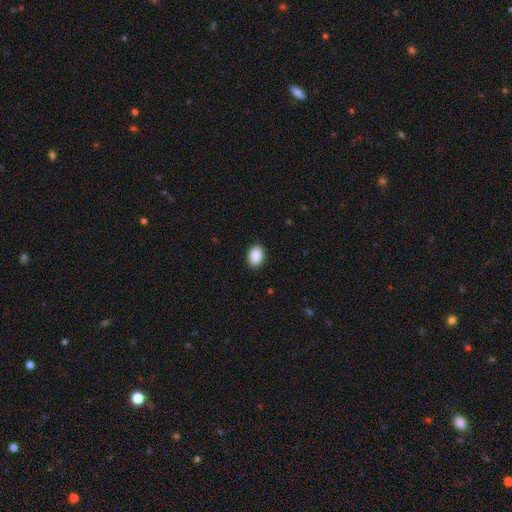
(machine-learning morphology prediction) Smooth or featured?
  - smooth: 91% *
  - star or artifact: 7%
  - featured or disk: 2%
How rounded?
  - in between: 83% *
  - round: 16%
  - cigar-shaped: 1%
Merging?
  - none: 90% *
  - minor disturbance: 7%
  - major disturbance: 2%
  - merger: 1%